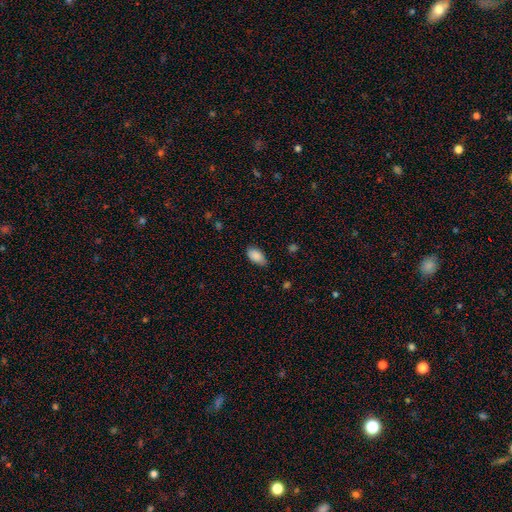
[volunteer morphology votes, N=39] Overall: smooth (87%). How rounded: in between (94%). Merging: none (78%).